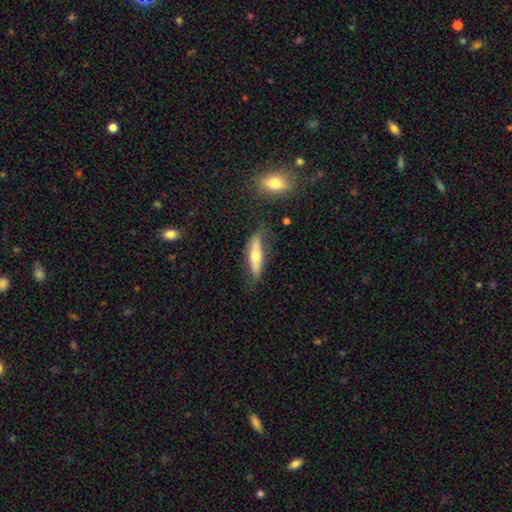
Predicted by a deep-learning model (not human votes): smooth 48%, featured or disk 46%, star or artifact 6%. Down the decision tree: merging — none (62%).